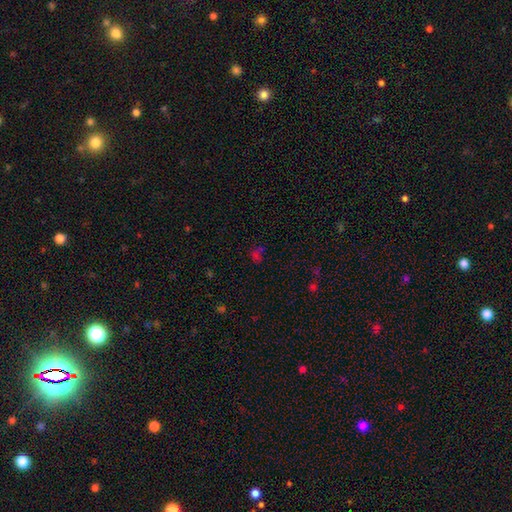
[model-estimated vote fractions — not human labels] This is possibly a star or artifact rather than a galaxy (48%).